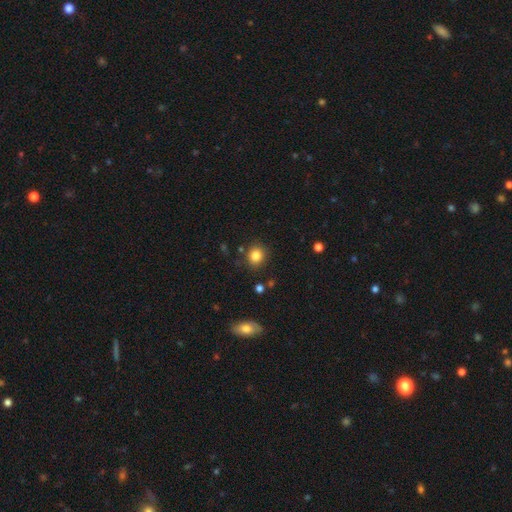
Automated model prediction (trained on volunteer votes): smooth-or-featured: smooth: 84% | star or artifact: 11% | featured or disk: 6%
  how-rounded: round: 81% | in between: 18% | cigar-shaped: 1%
  merging: none: 85% | minor disturbance: 9% | merger: 3% | major disturbance: 3%